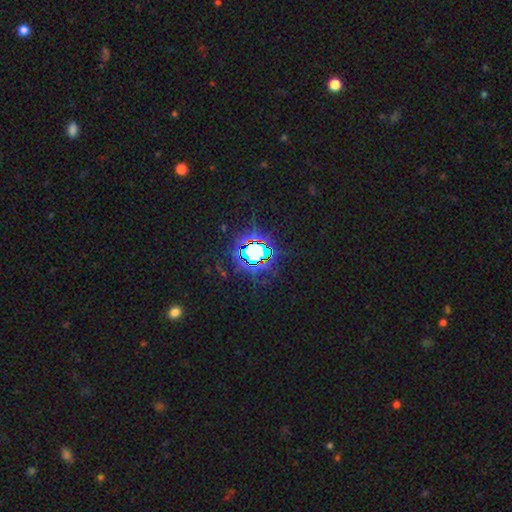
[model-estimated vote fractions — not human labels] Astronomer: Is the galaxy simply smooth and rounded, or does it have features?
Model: star or artifact — 79%.